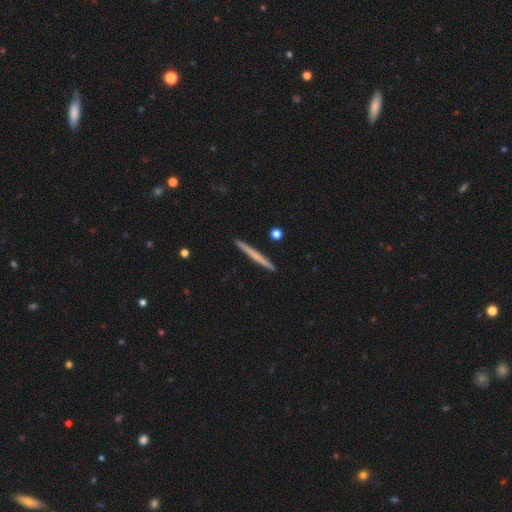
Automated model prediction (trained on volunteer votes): Overall: smooth (53%; featured or disk 42%). How rounded: cigar-shaped (97%). Merging: none (92%).